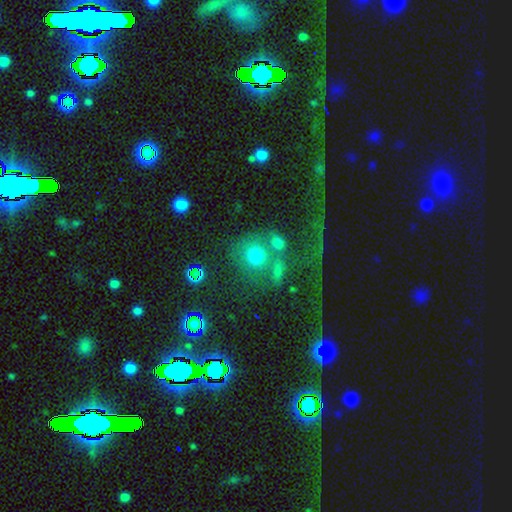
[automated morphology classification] smooth 64%, star or artifact 21%, featured or disk 15%. Down the decision tree: how rounded — round (83%); merging — none (50%).